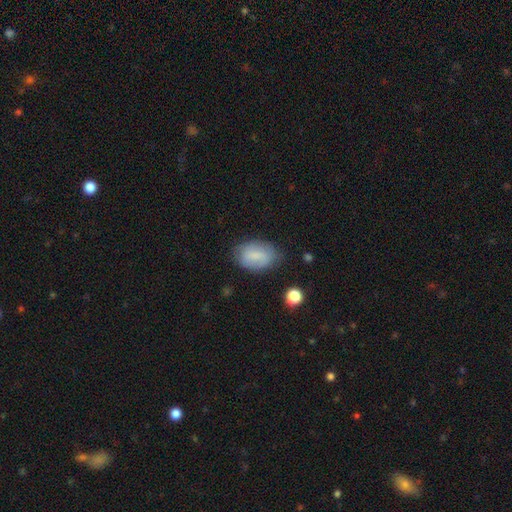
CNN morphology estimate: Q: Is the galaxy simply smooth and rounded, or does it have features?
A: smooth — 74%.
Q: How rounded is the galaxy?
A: in between — 88%.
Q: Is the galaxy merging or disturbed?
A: none — 72%.